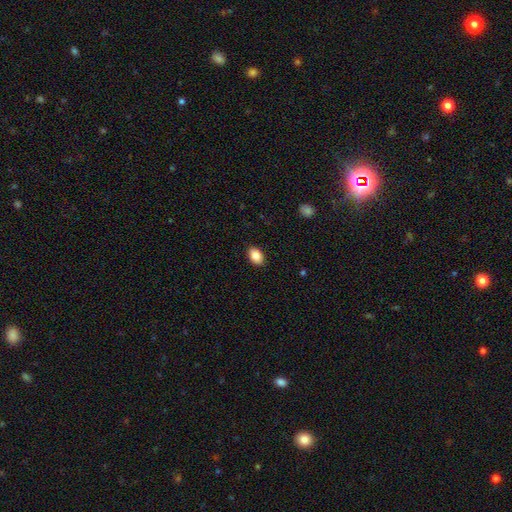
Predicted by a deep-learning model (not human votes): smooth 87%, star or artifact 8%, featured or disk 5%. Down the decision tree: how rounded — in between (85%); merging — none (90%).